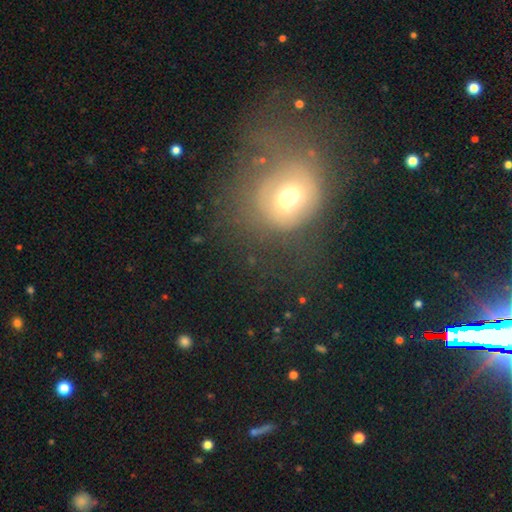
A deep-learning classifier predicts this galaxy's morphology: Smooth or featured?
  - smooth: 43% *
  - star or artifact: 33%
  - featured or disk: 24%
Merging?
  - none: 56% *
  - major disturbance: 22%
  - minor disturbance: 19%
  - merger: 3%